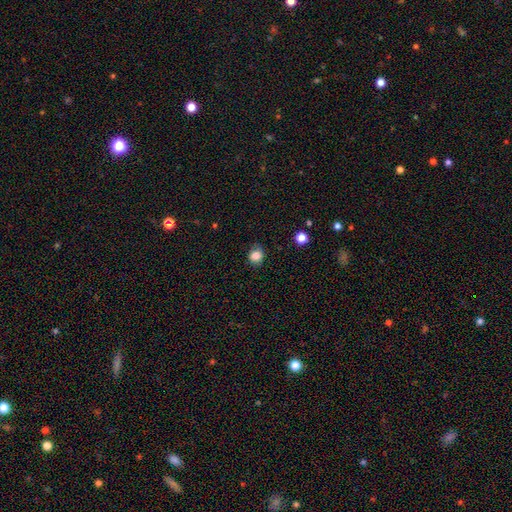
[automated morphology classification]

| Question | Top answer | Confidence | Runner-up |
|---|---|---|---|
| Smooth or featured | smooth | 83% | star or artifact (11%) |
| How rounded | round | 69% | in between (30%) |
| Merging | none | 78% | minor disturbance (17%) |